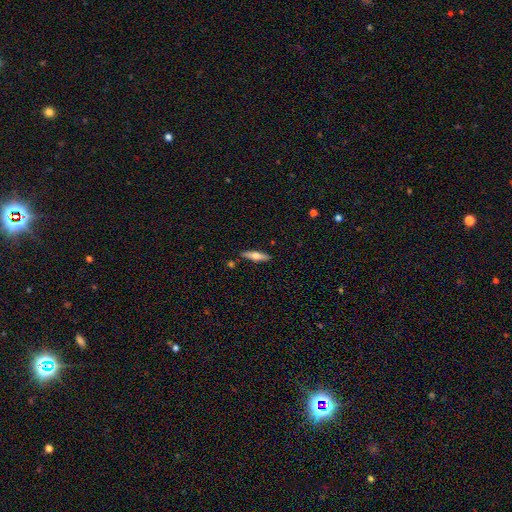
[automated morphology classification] Smooth or featured?
  - smooth: 51% *
  - featured or disk: 43%
  - star or artifact: 6%
How rounded?
  - cigar-shaped: 70% *
  - in between: 28%
  - round: 2%
Merging?
  - none: 85% *
  - minor disturbance: 10%
  - merger: 3%
  - major disturbance: 2%